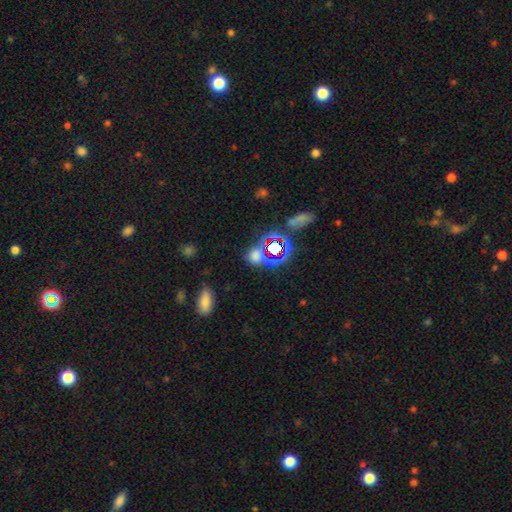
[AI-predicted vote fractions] Overall: star or artifact (48%; smooth 44%).